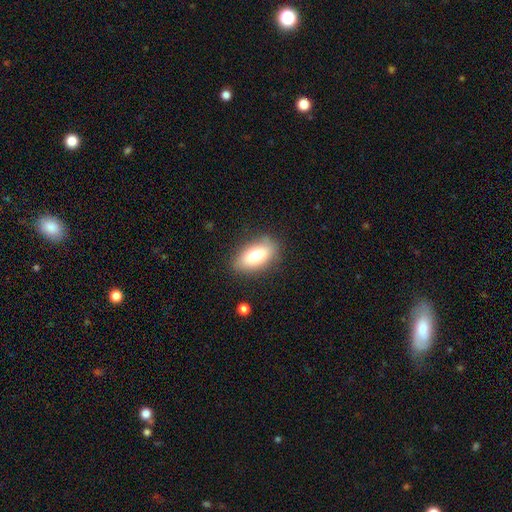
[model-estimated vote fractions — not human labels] smooth-or-featured: smooth: 78% | featured or disk: 14% | star or artifact: 8%
  how-rounded: in between: 89% | cigar-shaped: 7% | round: 5%
  merging: none: 82% | minor disturbance: 13% | major disturbance: 4% | merger: 2%